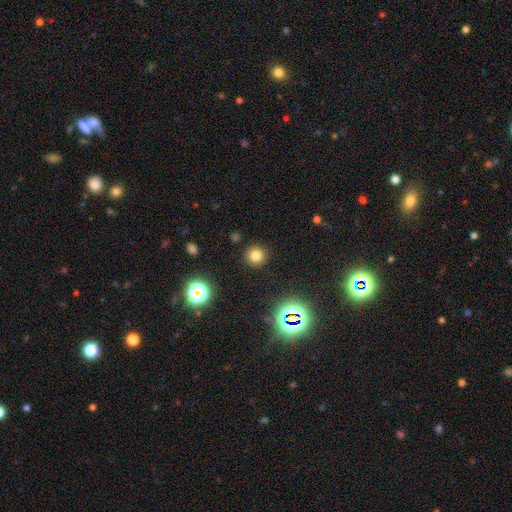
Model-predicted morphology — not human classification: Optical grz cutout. It shows a smooth galaxy with no disk features (76%) that is round (94%). Merging: none (91%).